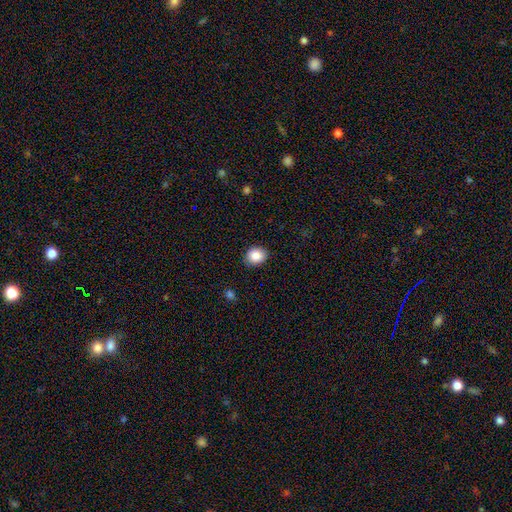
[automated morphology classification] Smooth or featured? Predicted: smooth (p=0.87). How rounded? Predicted: round (p=0.64). Merging? Predicted: none (p=0.87).